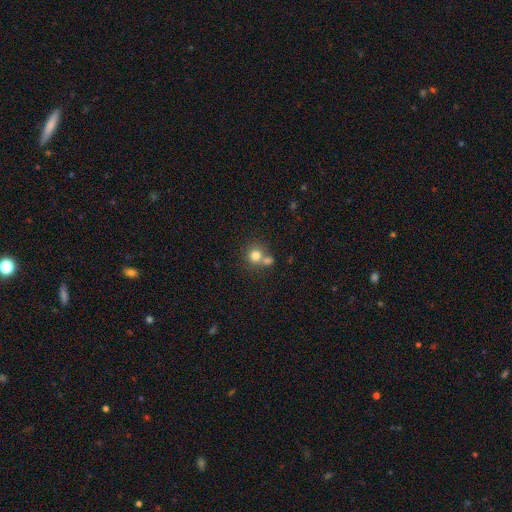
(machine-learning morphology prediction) A smooth galaxy with no disk features (79%) that is round (87%). Merging: none (50%).